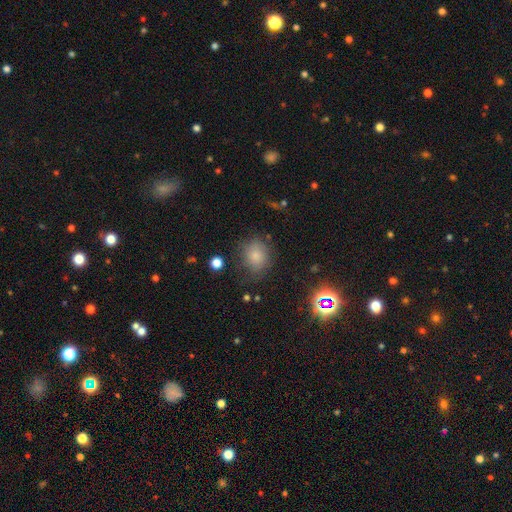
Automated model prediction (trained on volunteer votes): A smooth galaxy with no disk features (77%) that is round (72%). Merging: none (67%).